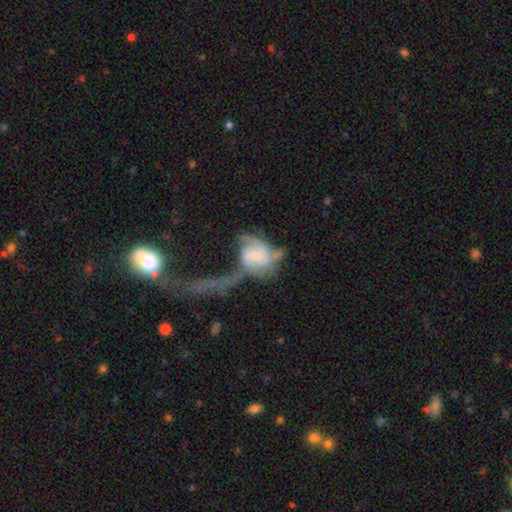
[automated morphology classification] featured or disk 66%, smooth 26%, star or artifact 8%. Down the decision tree: edge-on disk — no (96%); bar — no (53%); spiral arms — yes (72%); bulge size — small (50%); merging — major disturbance (47%).